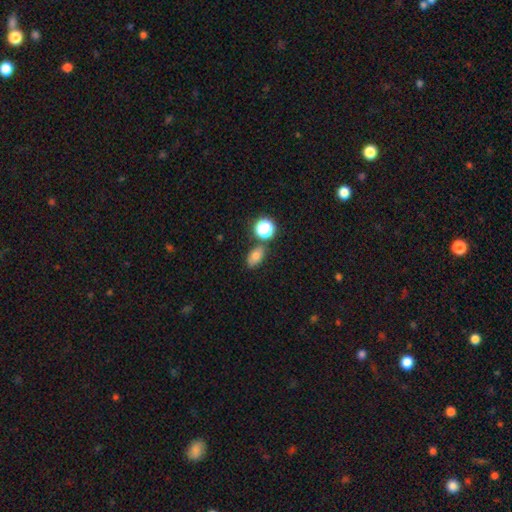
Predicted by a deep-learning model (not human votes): Smooth or featured?
  - smooth: 72% *
  - star or artifact: 16%
  - featured or disk: 13%
How rounded?
  - in between: 80% *
  - round: 18%
  - cigar-shaped: 2%
Merging?
  - none: 73% *
  - minor disturbance: 13%
  - merger: 10%
  - major disturbance: 4%